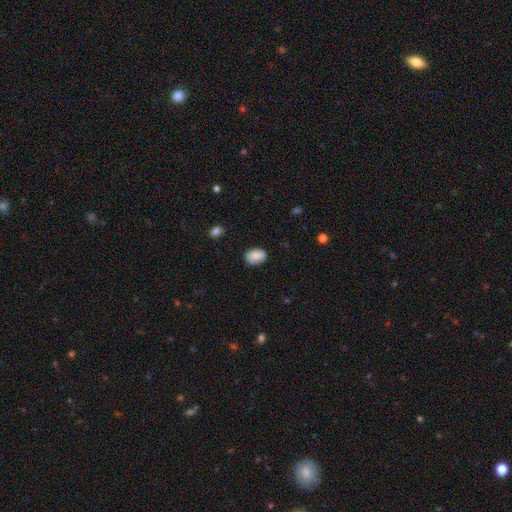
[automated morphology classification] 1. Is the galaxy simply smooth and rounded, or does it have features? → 86% smooth, 7% star or artifact, 7% featured or disk.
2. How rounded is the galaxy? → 76% in between, 23% round, 1% cigar-shaped.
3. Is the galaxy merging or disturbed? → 82% none, 14% minor disturbance, 3% major disturbance, 1% merger.